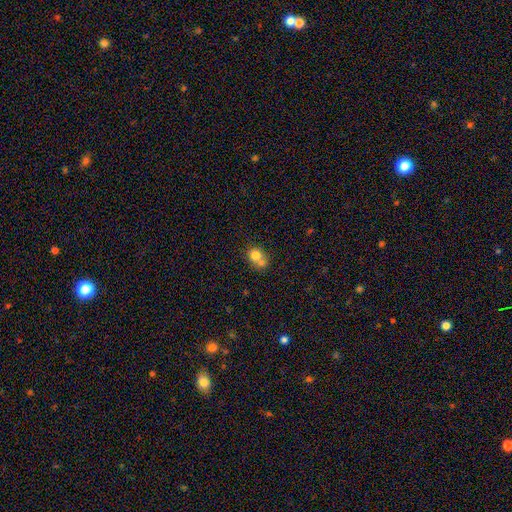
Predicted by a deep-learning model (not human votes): This appears to be a smooth galaxy with no disk features (75%) that is round (68%). Merging: merger (51%).